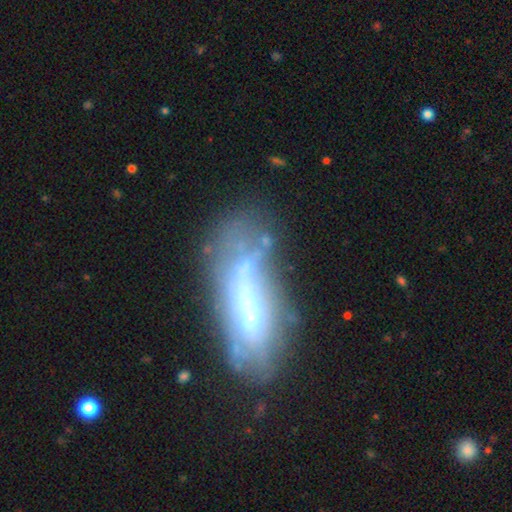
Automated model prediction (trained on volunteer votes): This appears to be a featured or disk galaxy (55%). Merging: none (44%).